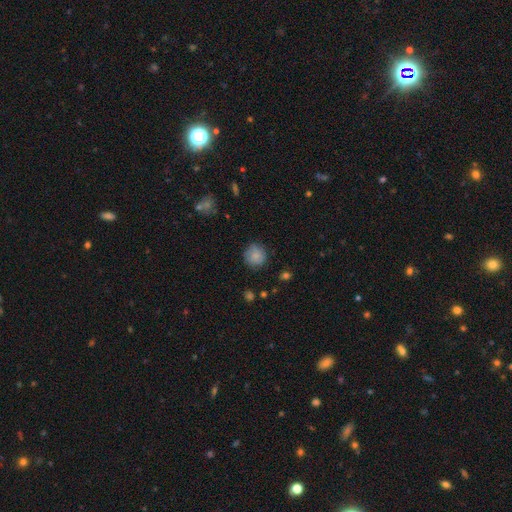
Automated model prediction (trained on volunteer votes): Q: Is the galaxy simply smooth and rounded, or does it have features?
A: smooth — 81%.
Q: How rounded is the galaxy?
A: round — 90%.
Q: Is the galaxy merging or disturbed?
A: none — 79%.